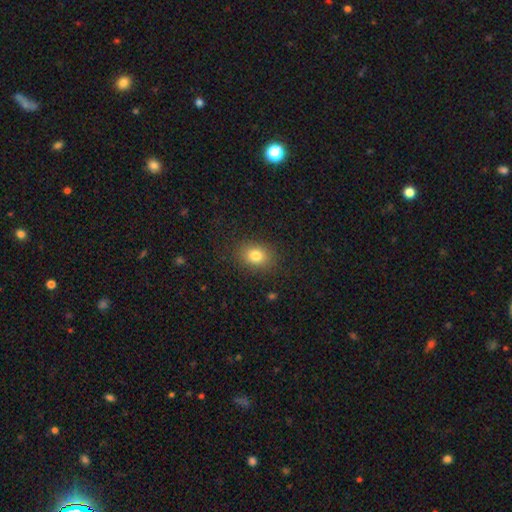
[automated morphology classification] Smooth or featured? smooth (80%)
How rounded? in between (54%)
Merging? none (87%)